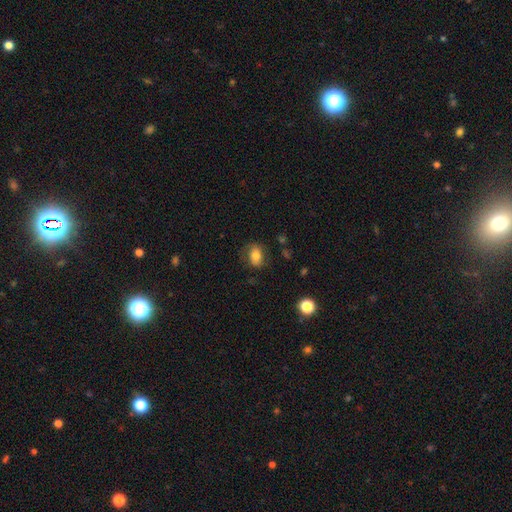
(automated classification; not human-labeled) smooth-or-featured: smooth: 74% | featured or disk: 17% | star or artifact: 9%
  how-rounded: in between: 74% | round: 25% | cigar-shaped: 2%
  merging: none: 70% | minor disturbance: 19% | major disturbance: 9% | merger: 2%